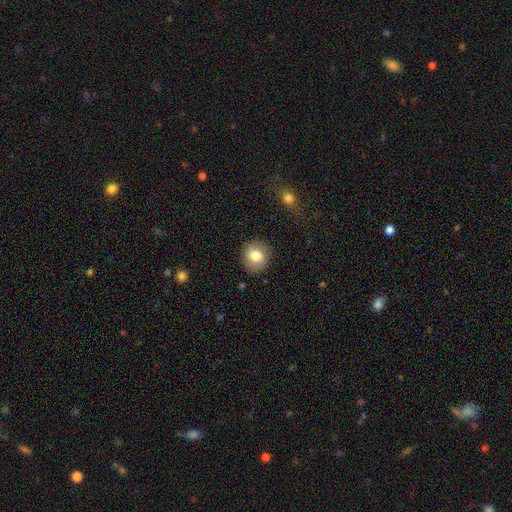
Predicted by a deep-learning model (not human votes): Smooth or featured? smooth (81%)
How rounded? round (83%)
Merging? none (86%)